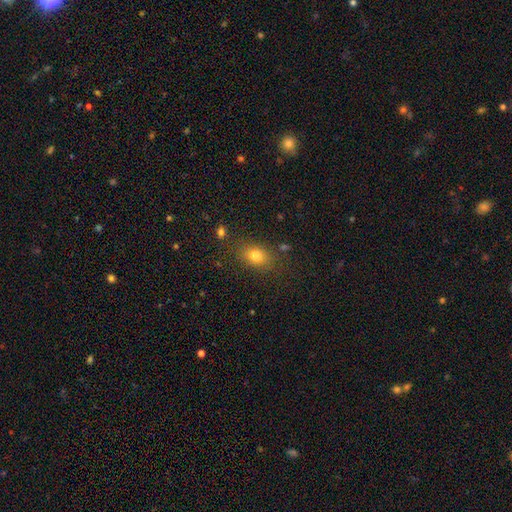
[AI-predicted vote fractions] A smooth galaxy with no disk features (79%) that is in between round and cigar-shaped (66%).

Vote fractions:
- Smooth or featured? smooth: 79% / star or artifact: 13% / featured or disk: 8%
- How rounded? in between: 66% / round: 32% / cigar-shaped: 2%
- Merging? none: 80% / minor disturbance: 13% / major disturbance: 4% / merger: 3%